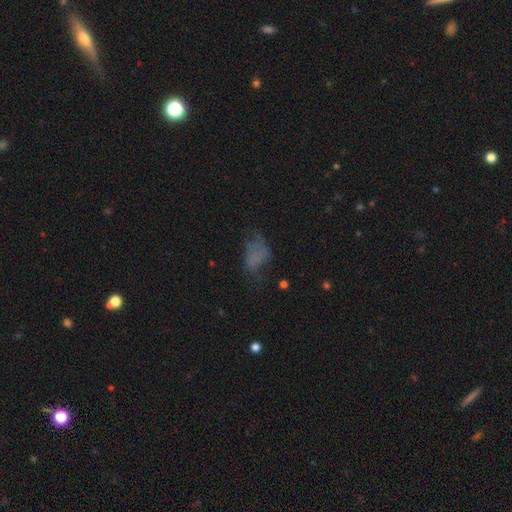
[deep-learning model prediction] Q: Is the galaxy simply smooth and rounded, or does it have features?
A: smooth — 52%.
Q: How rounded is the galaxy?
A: in between — 83%.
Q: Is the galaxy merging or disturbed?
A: none — 37%.